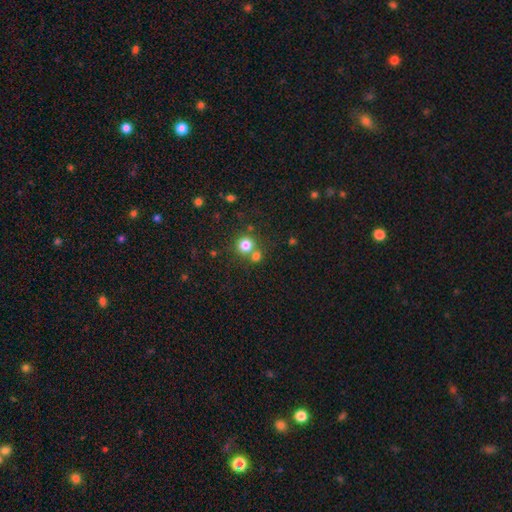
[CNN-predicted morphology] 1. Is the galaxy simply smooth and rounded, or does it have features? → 78% smooth, 14% star or artifact, 8% featured or disk.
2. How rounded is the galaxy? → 91% round, 8% in between, 1% cigar-shaped.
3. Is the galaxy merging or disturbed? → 63% none, 28% merger, 7% minor disturbance, 3% major disturbance.